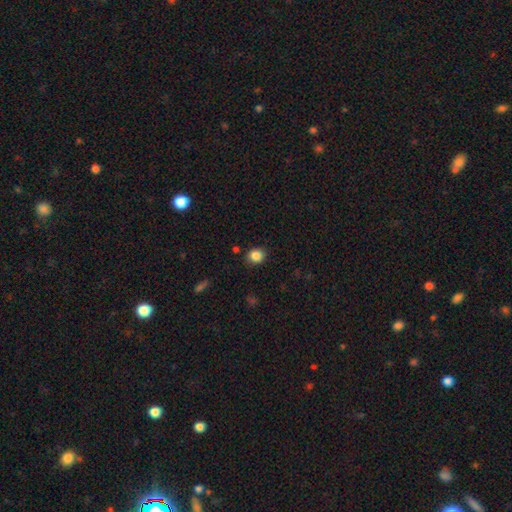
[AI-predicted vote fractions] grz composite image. It shows a smooth galaxy with no disk features (86%) that is round (76%). Merging: none (86%).